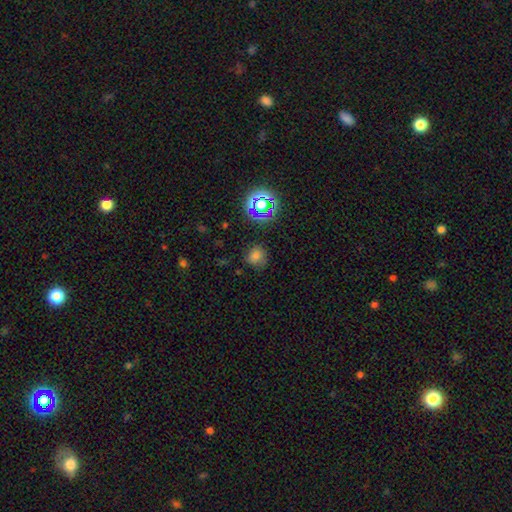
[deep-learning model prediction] smooth 69%, star or artifact 23%, featured or disk 8%. Down the decision tree: how rounded — round (82%); merging — none (75%).